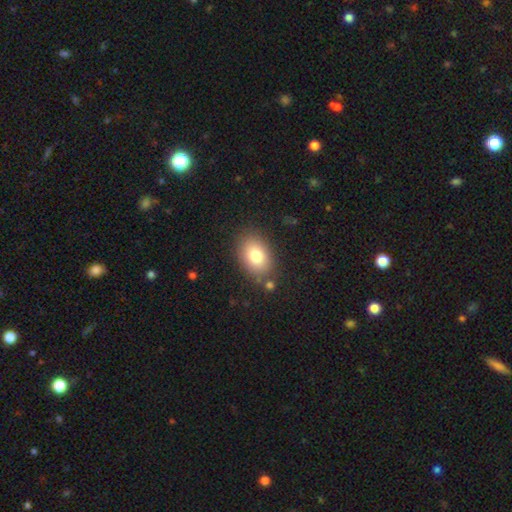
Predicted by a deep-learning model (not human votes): Morphology: type=smooth (79%); roundness=in between (80%); merging=none (82%).